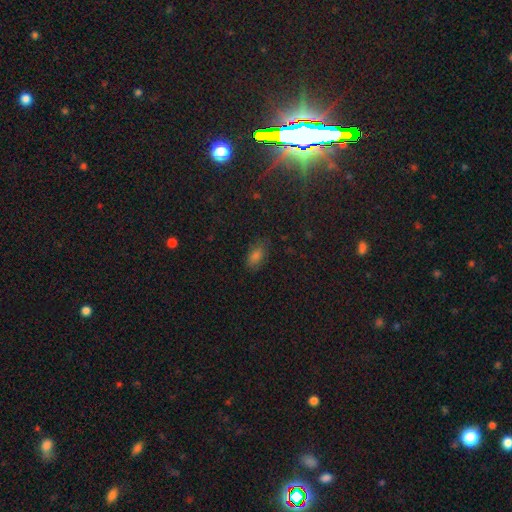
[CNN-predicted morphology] smooth-or-featured: smooth: 66% | star or artifact: 26% | featured or disk: 8%
  how-rounded: in between: 89% | round: 7% | cigar-shaped: 4%
  merging: none: 81% | minor disturbance: 14% | major disturbance: 4% | merger: 2%